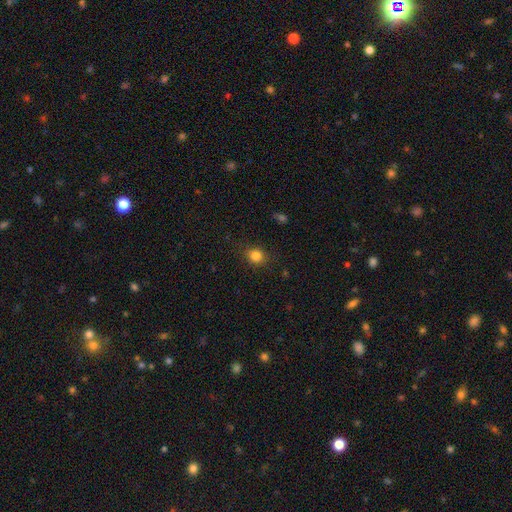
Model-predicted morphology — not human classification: This appears to be a smooth galaxy with no disk features (83%) that is round (71%). Merging: none (84%).